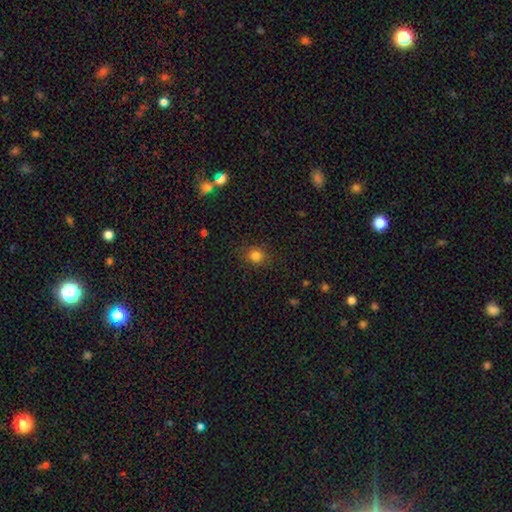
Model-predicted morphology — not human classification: Smooth or featured? smooth (81%)
How rounded? round (75%)
Merging? none (84%)